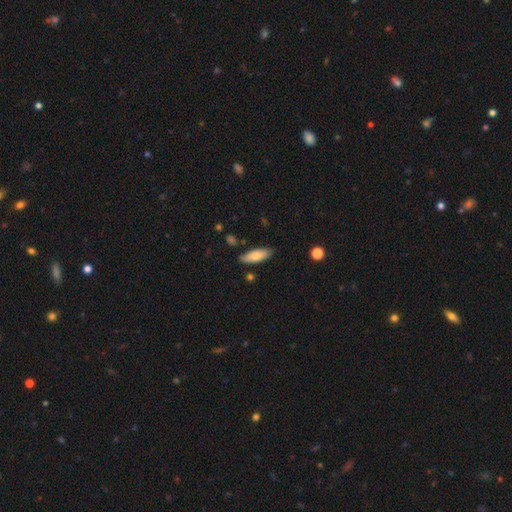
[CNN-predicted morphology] This is clearly a smooth galaxy (81%). How rounded: likely in between (67%). Merging: clearly none (81%).